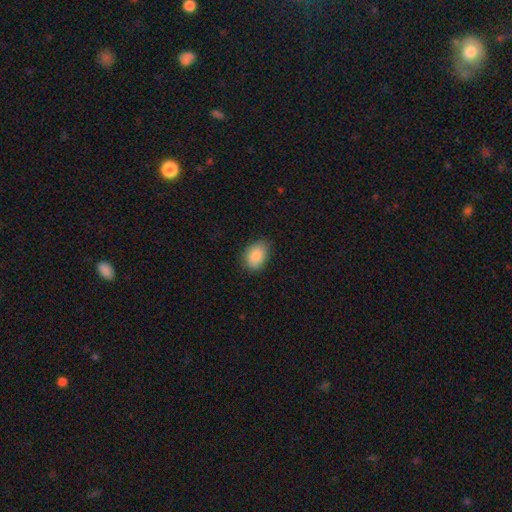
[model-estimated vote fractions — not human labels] smooth 87%, star or artifact 7%, featured or disk 6%. Down the decision tree: how rounded — in between (81%); merging — none (81%).